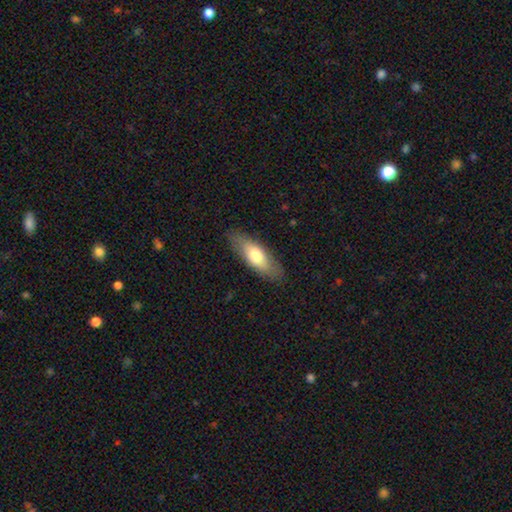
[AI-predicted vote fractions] This is likely a smooth galaxy (67%). How rounded: likely in between (64%). Merging: clearly none (84%).